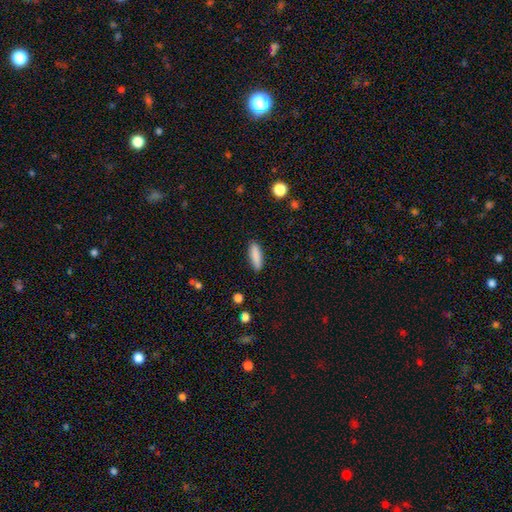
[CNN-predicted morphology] This appears to be a smooth galaxy with no disk features (87%) that is cigar-shaped (57%). Merging: none (86%).